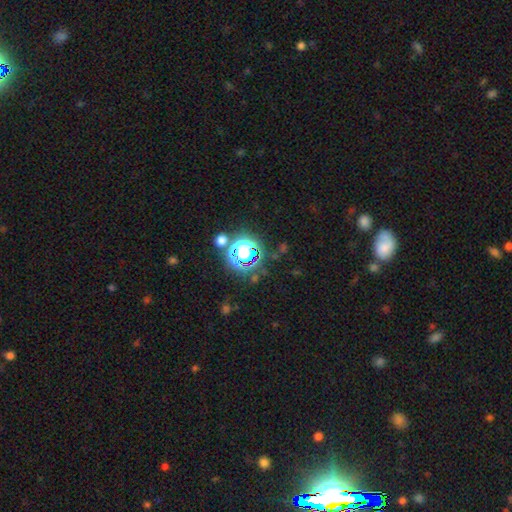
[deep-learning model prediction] A star or artifact, not a galaxy (76%).